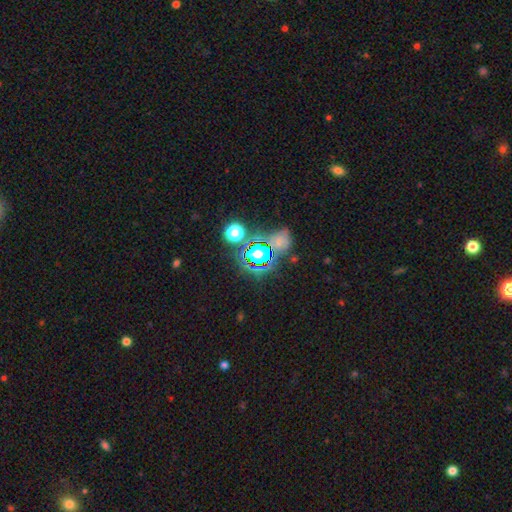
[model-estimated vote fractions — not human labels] Smooth or featured? Predicted: star or artifact (p=0.78).